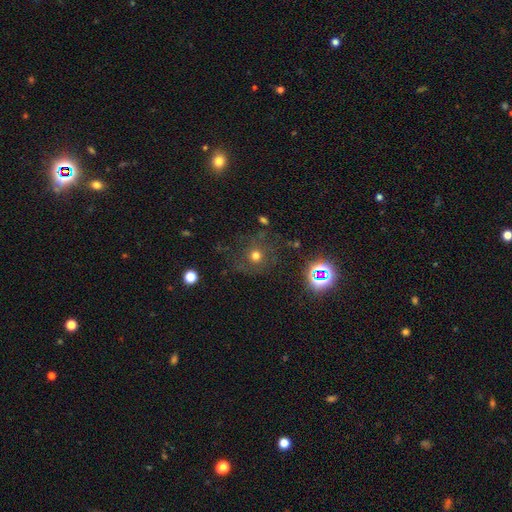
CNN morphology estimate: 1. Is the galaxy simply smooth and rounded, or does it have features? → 57% smooth, 28% star or artifact, 16% featured or disk.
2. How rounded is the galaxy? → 91% round, 8% in between, 1% cigar-shaped.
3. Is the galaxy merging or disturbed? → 74% none, 13% minor disturbance, 10% major disturbance, 3% merger.